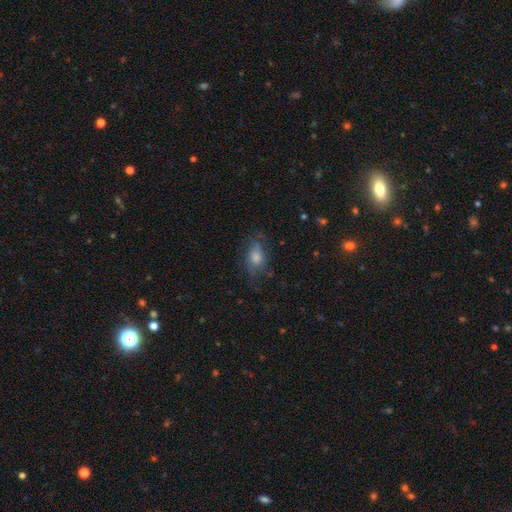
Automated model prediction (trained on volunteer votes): Smooth or featured? smooth (48%)
Merging? none (66%)